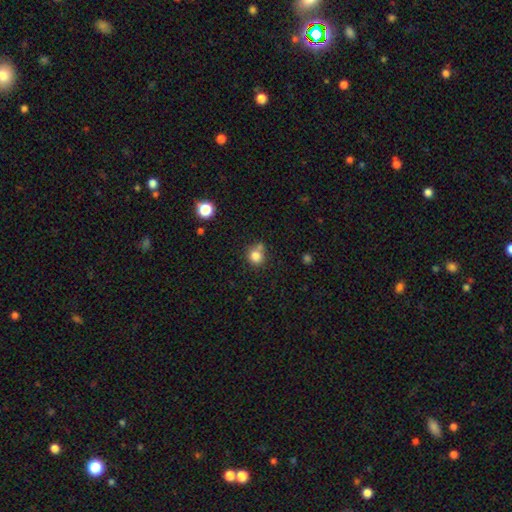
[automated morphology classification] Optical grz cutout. It shows a smooth galaxy with no disk features (81%) that is round (85%). Merging: none (59%).